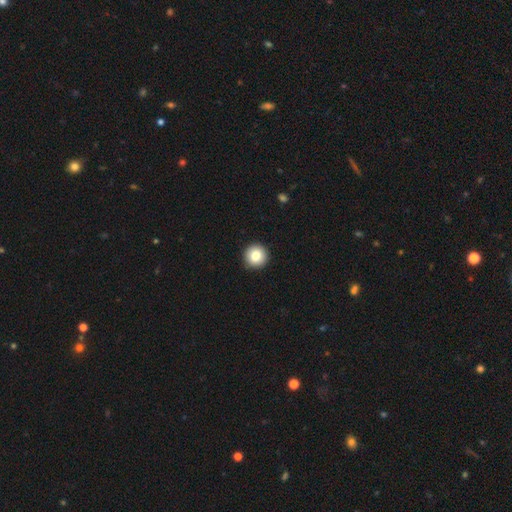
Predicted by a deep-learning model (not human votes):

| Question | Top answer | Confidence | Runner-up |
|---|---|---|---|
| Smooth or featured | smooth | 82% | star or artifact (9%) |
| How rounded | round | 96% | in between (3%) |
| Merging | none | 93% | minor disturbance (4%) |